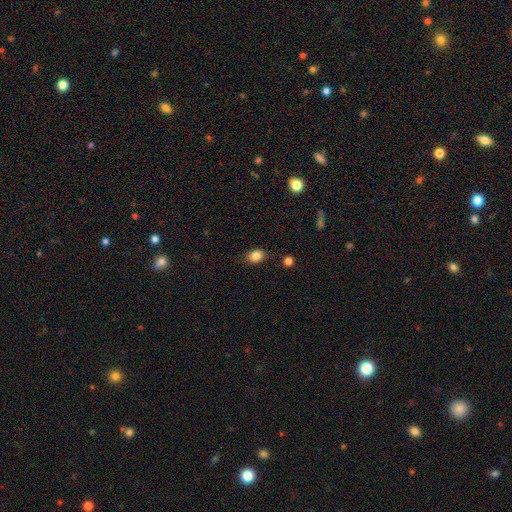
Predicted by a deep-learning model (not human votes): The model was most divided on "how rounded": in between: 72%, round: 27%, cigar-shaped: 1%. More confident: smooth or featured — smooth (86%); merging — none (79%).